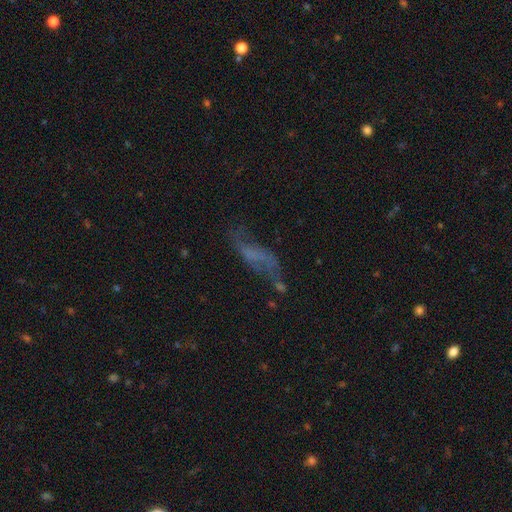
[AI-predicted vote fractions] smooth_or_featured: featured or disk (p=0.50) [alt: smooth p=0.32]
disk_edge_on: no (p=0.84) [alt: yes p=0.16]
merging: none (p=0.45) [alt: major disturbance p=0.26]